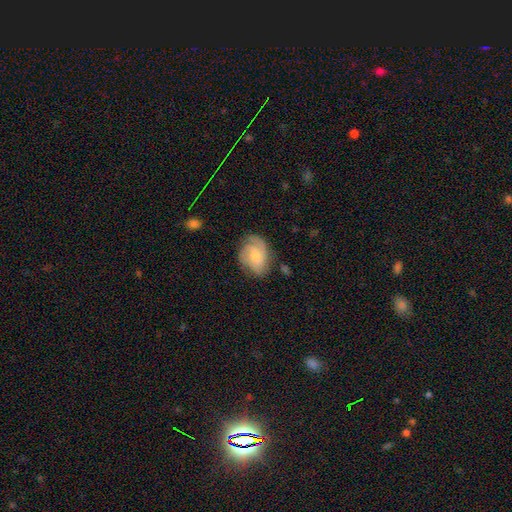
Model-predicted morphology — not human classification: Q: Smooth or featured?
A: featured or disk (64%); runner-up: smooth (30%)
Q: Edge-on disk?
A: no (97%); runner-up: yes (3%)
Q: Bar?
A: no (53%); runner-up: weak (40%)
Q: Spiral arms?
A: yes (90%); runner-up: no (10%)
Q: Spiral winding?
A: medium (42%); runner-up: tight (40%)
Q: Spiral arm count?
A: 2 (37%); runner-up: can't tell (23%)
Q: Bulge size?
A: moderate (45%); tied with: small (45%)
Q: Merging?
A: none (65%); runner-up: minor disturbance (24%)